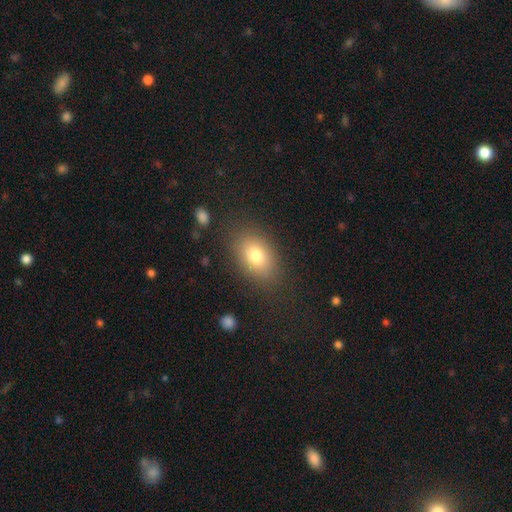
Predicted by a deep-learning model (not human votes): smooth-or-featured: smooth: 78% | featured or disk: 12% | star or artifact: 10%
  how-rounded: in between: 80% | round: 19% | cigar-shaped: 1%
  merging: none: 83% | minor disturbance: 11% | major disturbance: 5% | merger: 1%